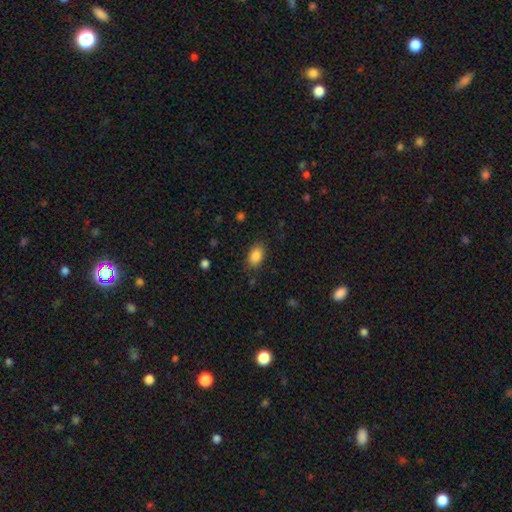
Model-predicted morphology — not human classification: This is clearly a smooth galaxy (86%). How rounded: clearly in between (88%). Merging: clearly none (82%).